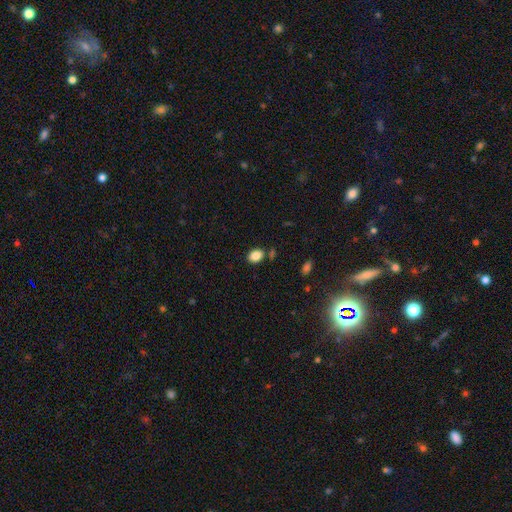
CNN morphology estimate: smooth 86%, star or artifact 9%, featured or disk 5%. Down the decision tree: how rounded — in between (67%); merging — none (79%).